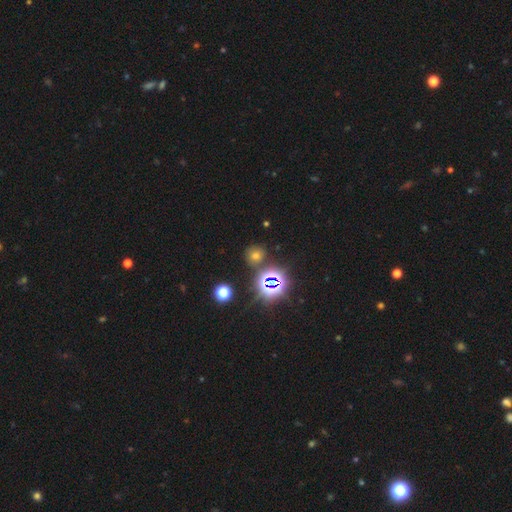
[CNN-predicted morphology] Overall: smooth (51%; star or artifact 40%). How rounded: round (84%). Merging: none (81%).